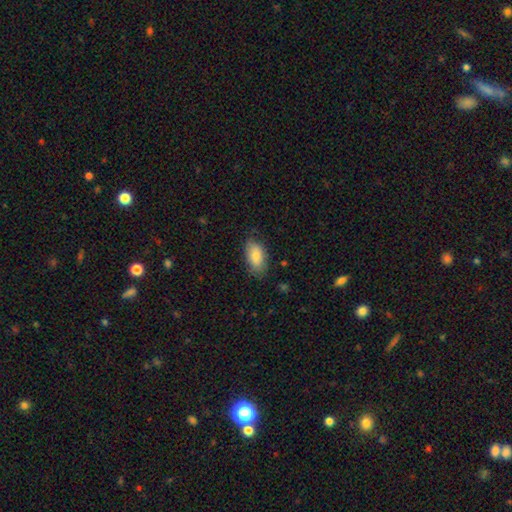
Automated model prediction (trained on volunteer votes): Q: Smooth or featured?
A: smooth (81%); runner-up: featured or disk (13%)
Q: How rounded?
A: in between (93%); runner-up: round (4%)
Q: Merging?
A: none (73%); runner-up: minor disturbance (21%)